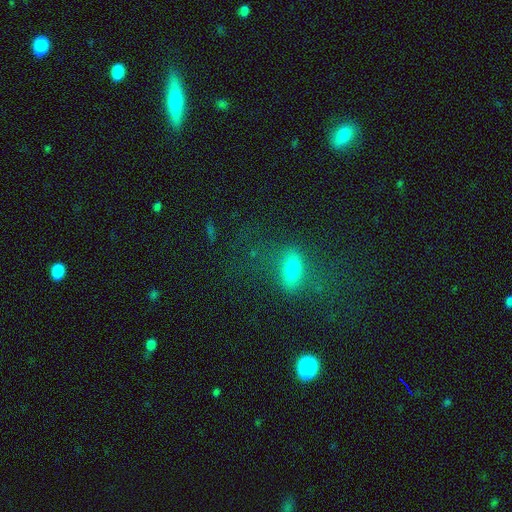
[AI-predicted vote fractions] Smooth or featured: smooth — 42% (featured or disk — 31%)
Merging: none — 63% (major disturbance — 17%)